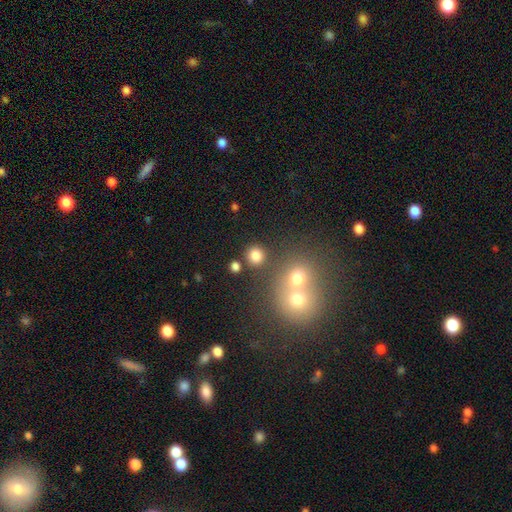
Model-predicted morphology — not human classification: This appears to be a smooth galaxy with no disk features (80%) that is round (90%). Merging: none (78%).